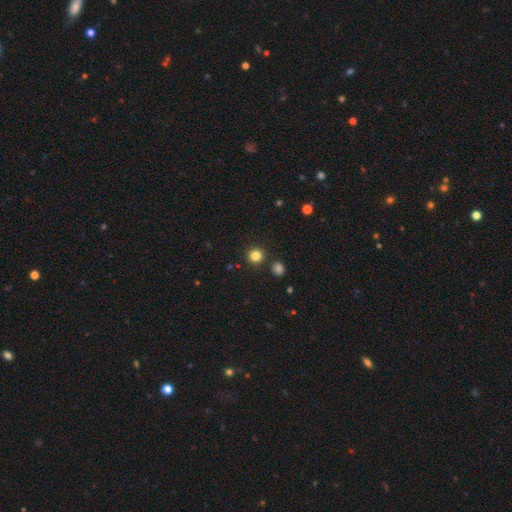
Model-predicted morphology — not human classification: type=smooth (83%); roundness=round (93%); merging=none (88%).